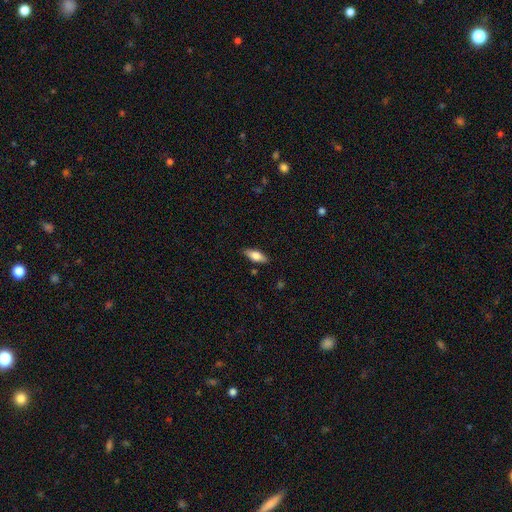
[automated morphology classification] smooth 68%, featured or disk 26%, star or artifact 7%. Down the decision tree: how rounded — in between (68%); merging — none (85%).